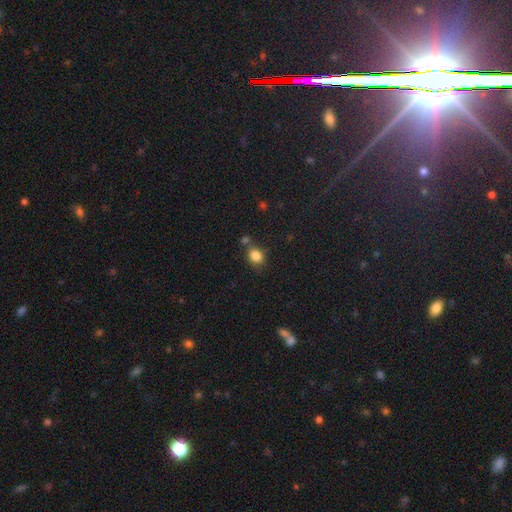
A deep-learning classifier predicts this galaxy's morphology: A smooth galaxy with no disk features (84%) that is round (50%). Merging: none (65%).